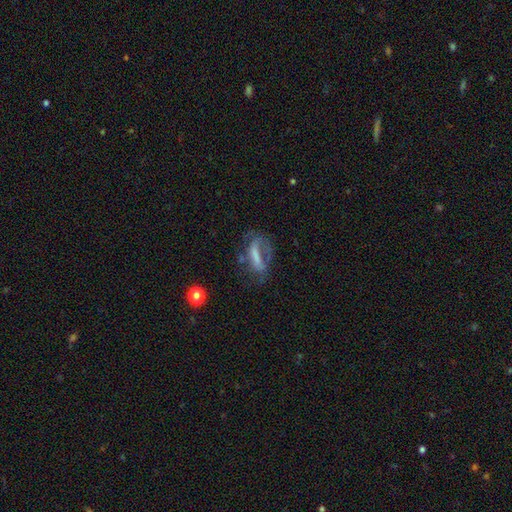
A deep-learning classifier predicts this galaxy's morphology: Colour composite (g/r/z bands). It shows a featured or disk galaxy (52%). Merging: none (45%).